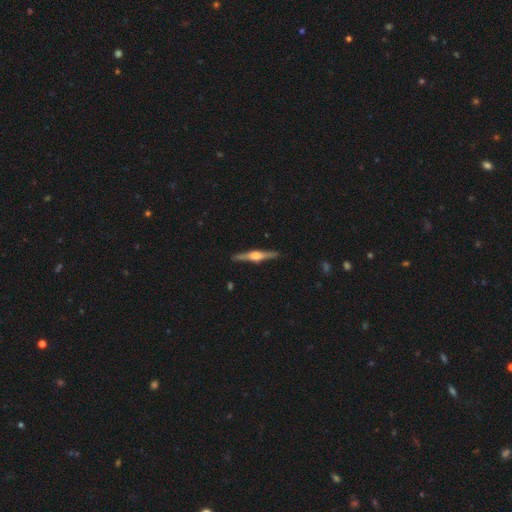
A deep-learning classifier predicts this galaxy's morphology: A featured or disk galaxy (82%) viewed edge-on (98%) with a rounded central bulge (92%). Merging: none (91%).